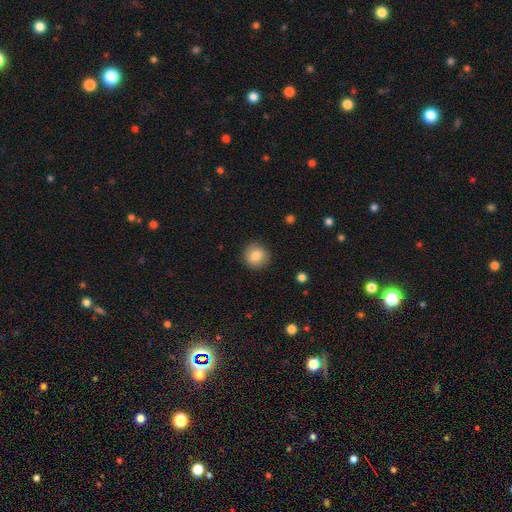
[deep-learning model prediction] Q: Smooth or featured?
A: smooth (84%); runner-up: star or artifact (9%)
Q: How rounded?
A: round (92%); runner-up: in between (7%)
Q: Merging?
A: none (90%); runner-up: minor disturbance (7%)